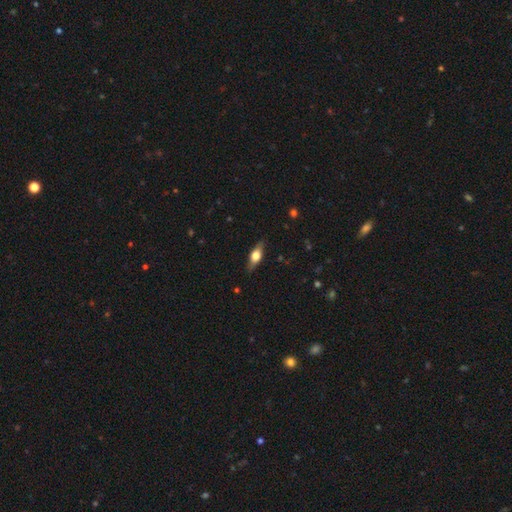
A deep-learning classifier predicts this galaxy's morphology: Smooth or featured? Predicted: smooth (p=0.47). Merging? Predicted: none (p=0.84).